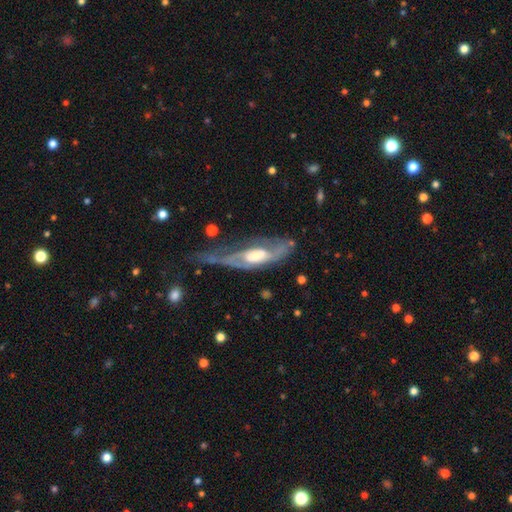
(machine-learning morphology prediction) This appears to be a featured or disk galaxy (77%) with no bar (53%), 2 (56%) medium (43%) spiral arms (84%) and a moderate central bulge (47%). Merging: major disturbance (40%).